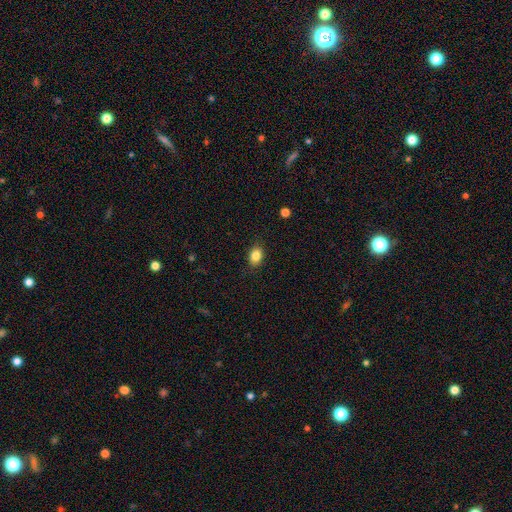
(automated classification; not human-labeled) This is clearly a smooth galaxy (84%). How rounded: likely in between (70%). Merging: clearly none (86%).